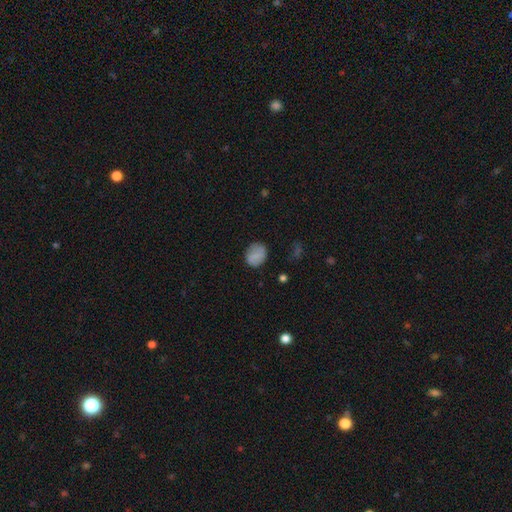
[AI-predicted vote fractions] smooth_or_featured: smooth (p=0.81) [alt: featured or disk p=0.10]
how_rounded: round (p=0.59) [alt: in between p=0.40]
merging: none (p=0.80) [alt: minor disturbance p=0.14]